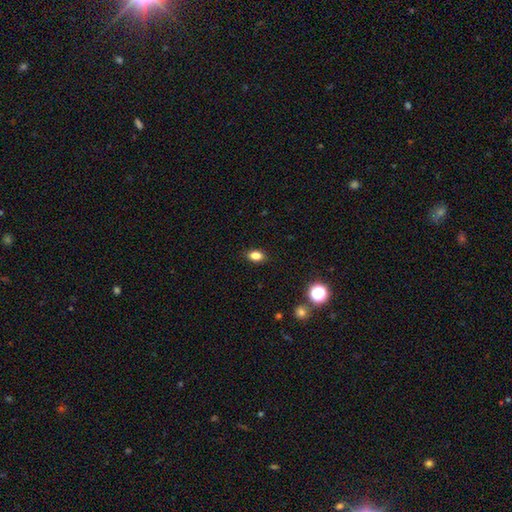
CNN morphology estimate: Smooth or featured? Predicted: smooth (p=0.83). How rounded? Predicted: in between (p=0.79). Merging? Predicted: none (p=0.88).